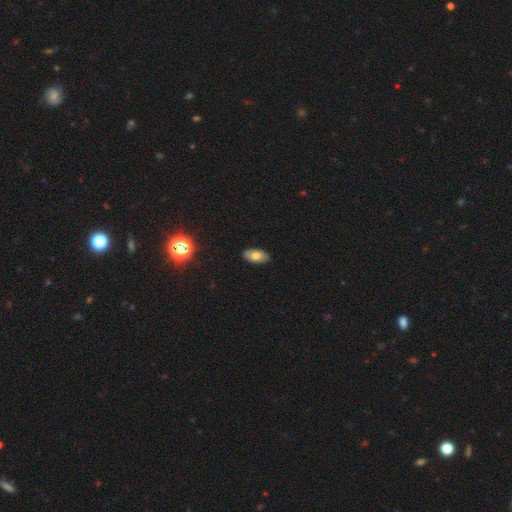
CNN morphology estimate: The model was most divided on "smooth or featured": smooth: 69%, featured or disk: 21%, star or artifact: 9%. More confident: how rounded — in between (93%); merging — none (88%).